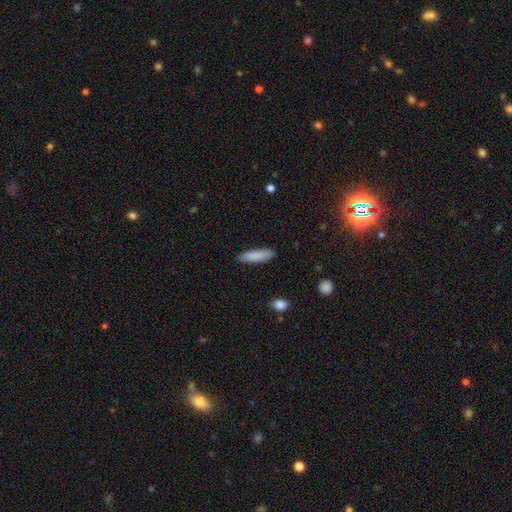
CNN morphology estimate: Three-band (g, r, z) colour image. It shows a smooth galaxy with no disk features (87%) that is cigar-shaped (66%). Merging: none (88%).